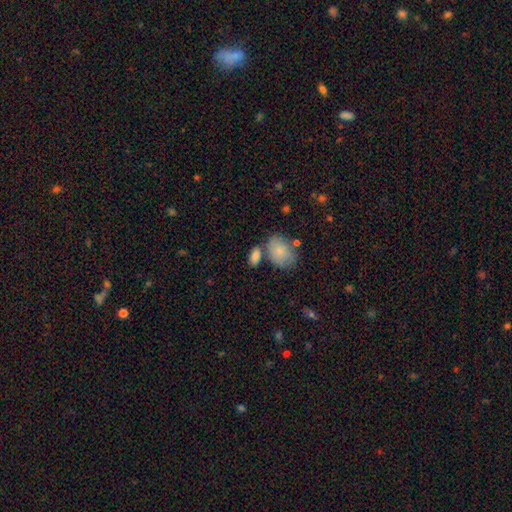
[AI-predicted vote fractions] smooth 84%, featured or disk 9%, star or artifact 7%. Down the decision tree: how rounded — in between (87%); merging — none (58%).